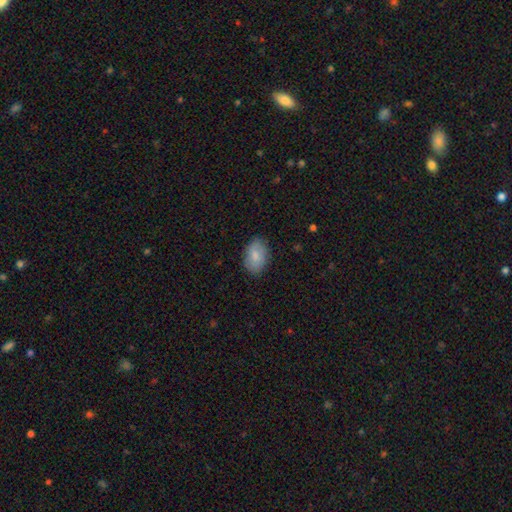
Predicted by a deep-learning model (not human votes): The model was most divided on "smooth or featured": smooth: 81%, featured or disk: 12%, star or artifact: 7%. More confident: how rounded — in between (88%); merging — none (83%).